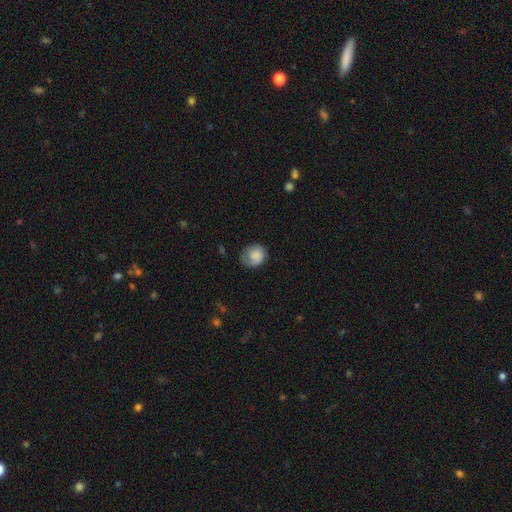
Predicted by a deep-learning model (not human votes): Smooth or featured? Predicted: smooth (p=0.78). How rounded? Predicted: round (p=0.70). Merging? Predicted: none (p=0.58).